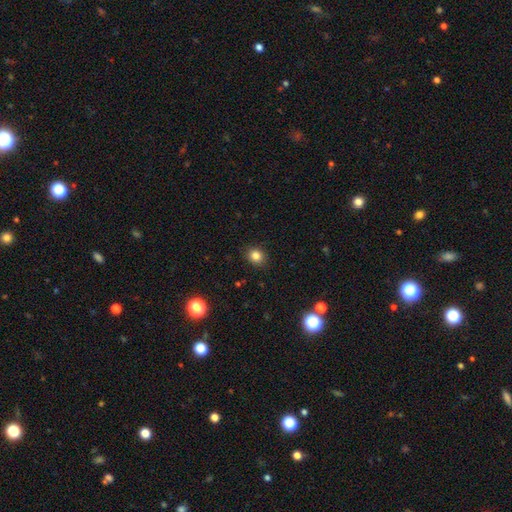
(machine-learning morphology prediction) smooth_or_featured: smooth (p=0.83) [alt: star or artifact p=0.12]
how_rounded: round (p=0.71) [alt: in between p=0.28]
merging: none (p=0.89) [alt: minor disturbance p=0.08]